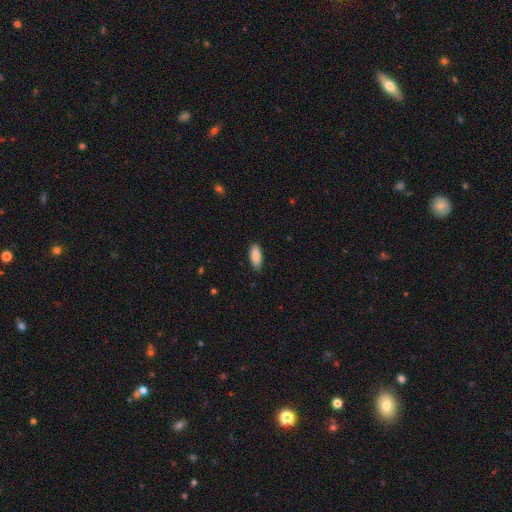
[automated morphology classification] type=smooth (89%); roundness=in between (81%); merging=none (84%).